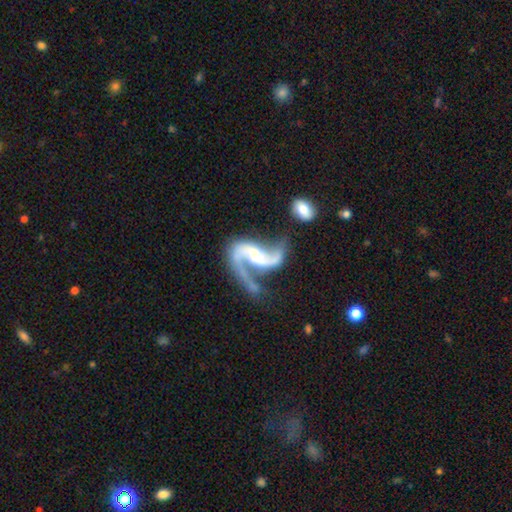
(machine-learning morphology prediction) smooth_or_featured: featured or disk (p=0.91) [alt: star or artifact p=0.05]
disk_edge_on: no (p=0.98) [alt: yes p=0.02]
bar: weak (p=0.38) [alt: no p=0.35]
has_spiral_arms: yes (p=0.97) [alt: no p=0.03]
spiral_winding: loose (p=0.64) [alt: medium p=0.30]
spiral_arm_count: 2 (p=0.88) [alt: 1 p=0.07]
bulge_size: none (p=0.40) [alt: small p=0.31]
merging: none (p=0.41) [alt: major disturbance p=0.27]